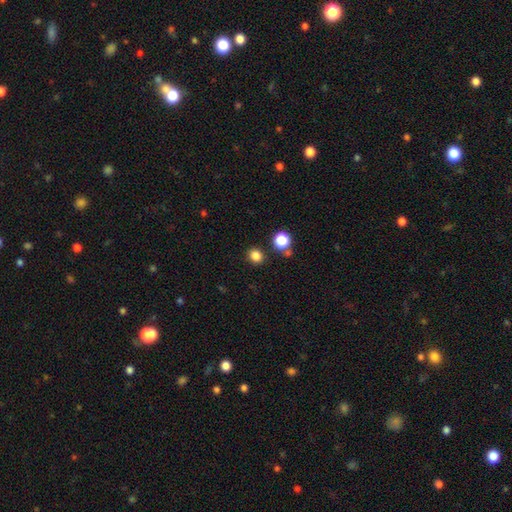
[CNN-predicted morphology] smooth 83%, star or artifact 13%, featured or disk 4%. Down the decision tree: how rounded — round (73%); merging — none (85%).